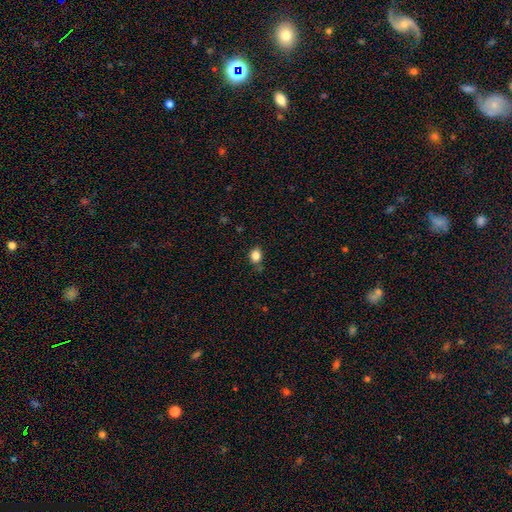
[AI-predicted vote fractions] Smooth or featured: smooth — 84% (star or artifact — 11%)
How rounded: round — 51% (in between — 48%)
Merging: none — 76% (minor disturbance — 17%)